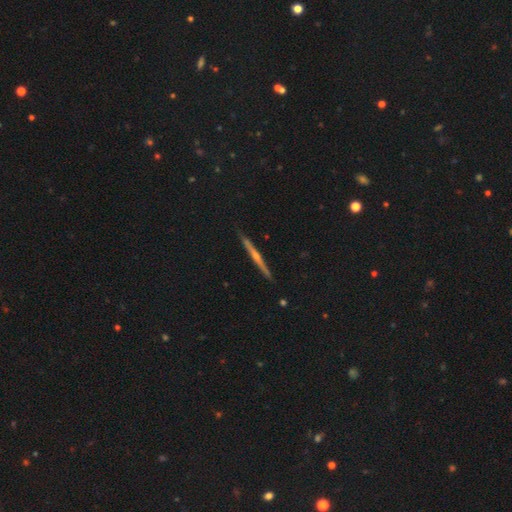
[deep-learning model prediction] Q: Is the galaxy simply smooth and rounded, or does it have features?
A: featured or disk — 68%.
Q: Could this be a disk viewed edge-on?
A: yes — 96%.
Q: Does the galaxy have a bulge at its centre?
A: rounded — 62%.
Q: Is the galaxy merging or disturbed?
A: none — 88%.